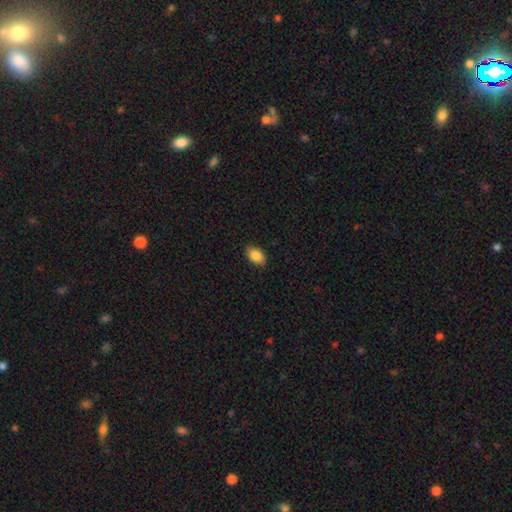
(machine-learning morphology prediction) Overall: smooth (88%). How rounded: in between (92%). Merging: none (88%).